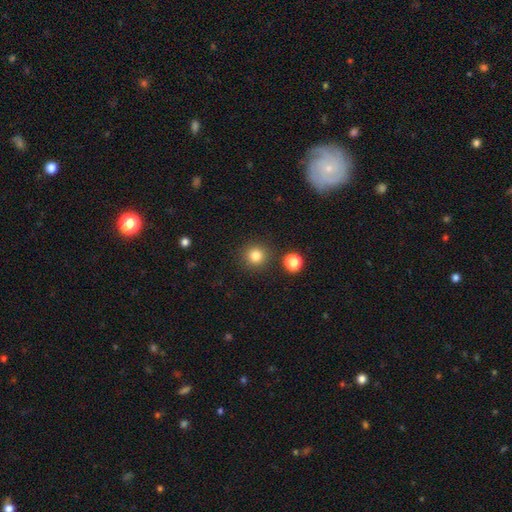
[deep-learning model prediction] Smooth or featured?
  - smooth: 83% *
  - star or artifact: 12%
  - featured or disk: 5%
How rounded?
  - round: 93% *
  - in between: 6%
  - cigar-shaped: 1%
Merging?
  - none: 87% *
  - minor disturbance: 6%
  - merger: 4%
  - major disturbance: 2%